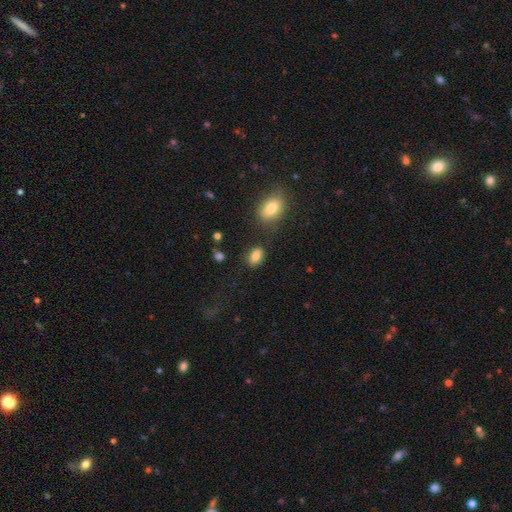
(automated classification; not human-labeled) Smooth or featured: smooth — 83% (star or artifact — 10%)
How rounded: in between — 86% (round — 12%)
Merging: none — 77% (minor disturbance — 13%)